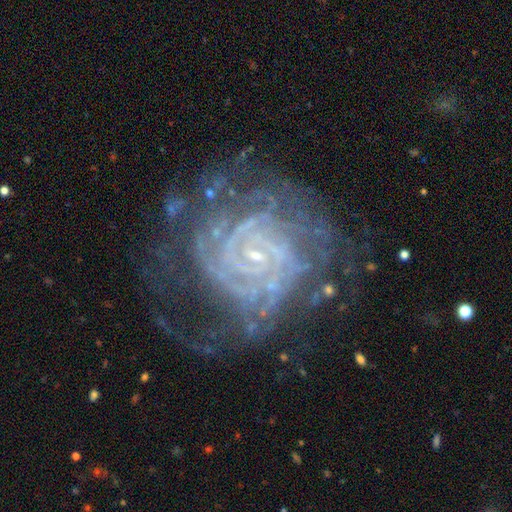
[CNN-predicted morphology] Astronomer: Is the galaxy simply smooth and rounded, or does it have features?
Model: featured or disk — 89%.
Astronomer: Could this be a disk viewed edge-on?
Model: no — 98%.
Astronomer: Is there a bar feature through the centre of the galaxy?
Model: no — 59%.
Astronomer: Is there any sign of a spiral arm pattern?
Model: yes — 98%.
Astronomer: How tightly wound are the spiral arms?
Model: tight — 80%.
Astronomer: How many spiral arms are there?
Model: can't tell — 24% (runner-up: 4, 20%).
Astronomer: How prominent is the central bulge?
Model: small — 86%.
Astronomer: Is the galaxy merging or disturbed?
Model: none — 62%.